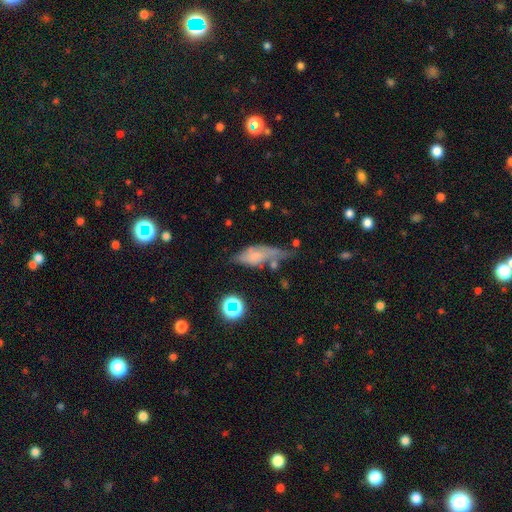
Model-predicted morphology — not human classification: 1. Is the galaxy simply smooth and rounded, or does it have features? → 53% smooth, 34% featured or disk, 13% star or artifact.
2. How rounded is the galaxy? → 66% in between, 28% cigar-shaped, 6% round.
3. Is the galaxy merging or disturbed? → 35% minor disturbance, 33% none, 22% major disturbance, 10% merger.